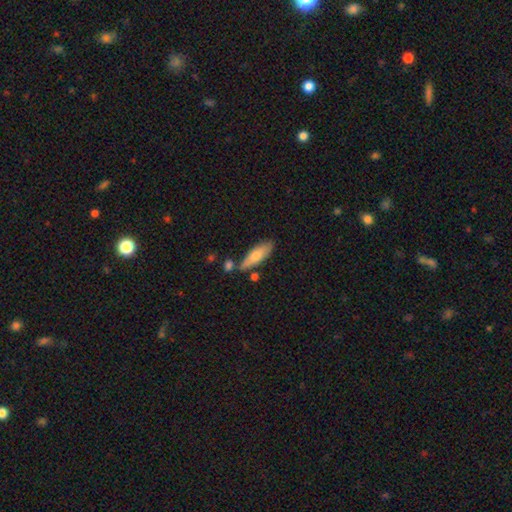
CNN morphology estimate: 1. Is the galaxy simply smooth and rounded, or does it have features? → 71% smooth, 23% featured or disk, 6% star or artifact.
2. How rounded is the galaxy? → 49% cigar-shaped (tied), 49% in between (tied), 2% round.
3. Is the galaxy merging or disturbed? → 69% none, 17% minor disturbance, 10% merger, 4% major disturbance.